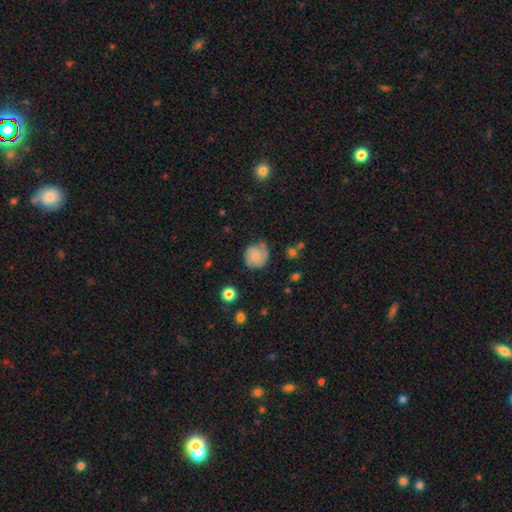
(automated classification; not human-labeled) A smooth galaxy with no disk features (55%) that is round (83%). Merging: none (59%).